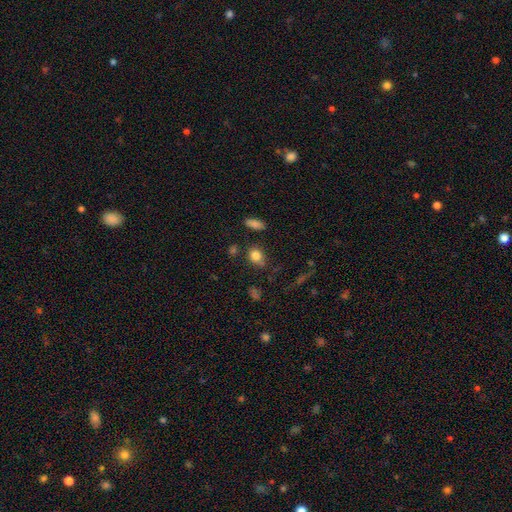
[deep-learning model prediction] smooth_or_featured: smooth (p=0.82) [alt: star or artifact p=0.11]
how_rounded: in between (p=0.49) [tied with: round p=0.49]
merging: none (p=0.75) [alt: minor disturbance p=0.16]